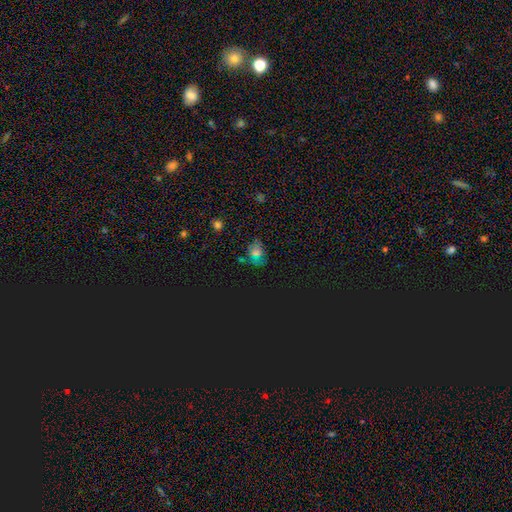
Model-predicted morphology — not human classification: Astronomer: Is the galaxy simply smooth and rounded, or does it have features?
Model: star or artifact — 46% (runner-up: smooth, 41%).